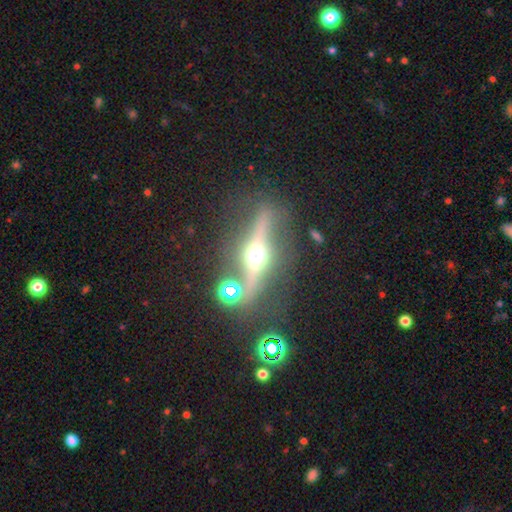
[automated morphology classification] type=featured or disk (80%); edge-on=yes (83%); edge-on bulge=rounded (96%); merging=none (73%).